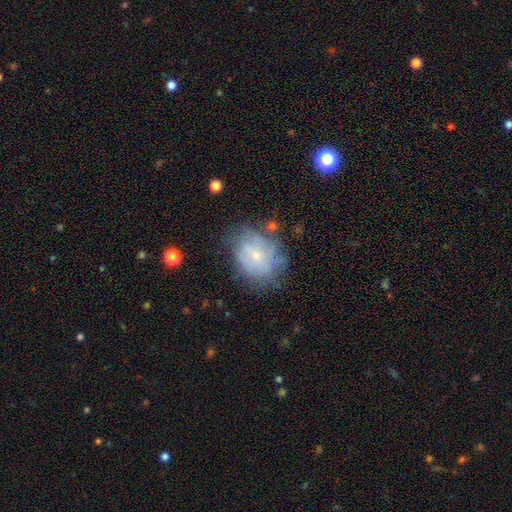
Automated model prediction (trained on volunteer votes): Overall: featured or disk (53%; smooth 37%). Edge-on disk: no (97%). Bar: no (81%). Spiral arms: yes (60%; no 40%). Bulge size: small (78%). Merging: none (55%; minor disturbance 27%).